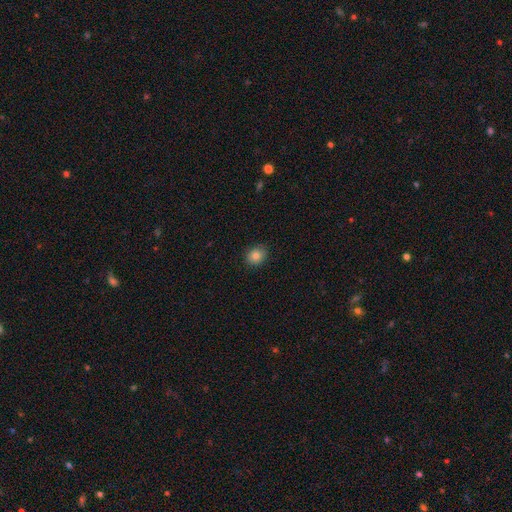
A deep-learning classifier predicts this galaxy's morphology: smooth-or-featured: smooth: 83% | star or artifact: 10% | featured or disk: 7%
  how-rounded: round: 62% | in between: 37% | cigar-shaped: 1%
  merging: none: 88% | minor disturbance: 9% | major disturbance: 2% | merger: 1%